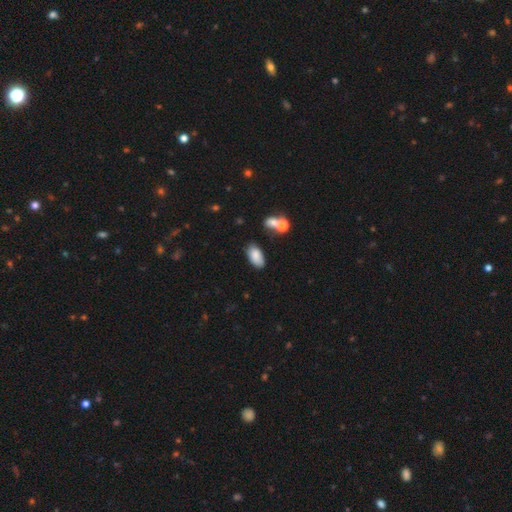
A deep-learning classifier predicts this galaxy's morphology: This appears to be a smooth galaxy with no disk features (84%) that is in between round and cigar-shaped (93%). Merging: none (69%).